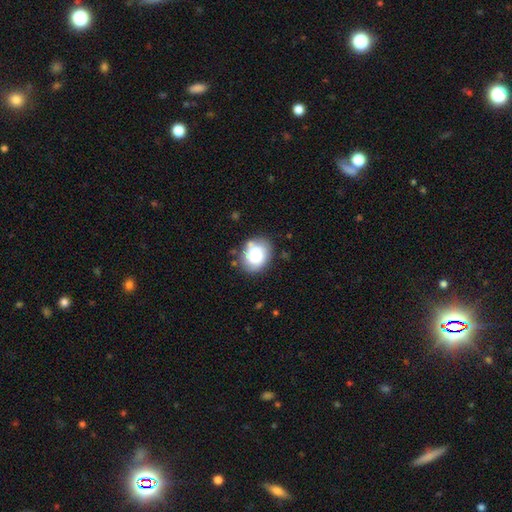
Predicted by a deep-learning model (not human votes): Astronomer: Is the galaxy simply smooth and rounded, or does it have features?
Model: smooth — 75%.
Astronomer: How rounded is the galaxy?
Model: in between — 54% (runner-up: round, 46%).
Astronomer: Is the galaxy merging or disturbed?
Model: none — 71%.